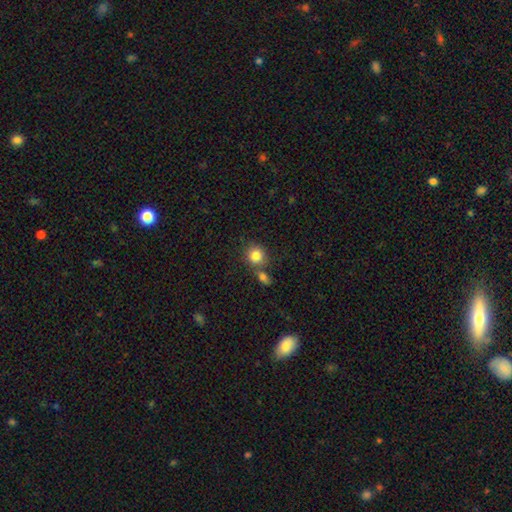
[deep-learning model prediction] The model was most divided on "merging": none: 60%, merger: 26%, minor disturbance: 10%, major disturbance: 4%. More confident: how rounded — round (84%); smooth or featured — smooth (83%).